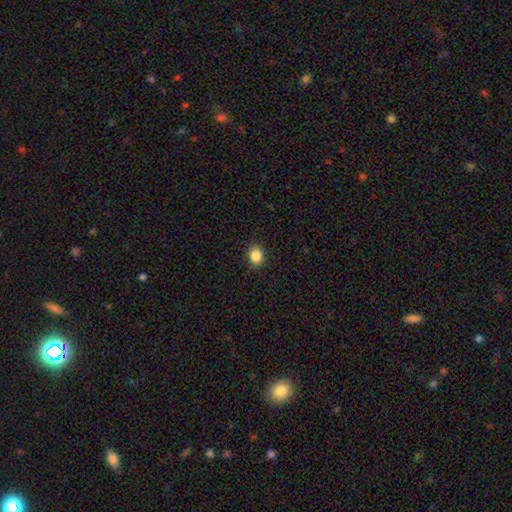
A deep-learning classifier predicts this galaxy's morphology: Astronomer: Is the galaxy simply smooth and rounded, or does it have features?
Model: smooth — 86%.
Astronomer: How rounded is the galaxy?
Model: round — 57% (runner-up: in between, 42%).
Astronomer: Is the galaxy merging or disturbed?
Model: none — 89%.